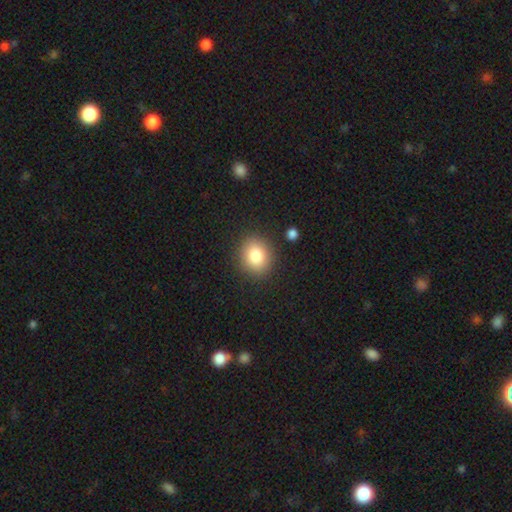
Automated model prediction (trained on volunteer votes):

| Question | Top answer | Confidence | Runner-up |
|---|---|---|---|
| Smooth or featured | smooth | 83% | star or artifact (10%) |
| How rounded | round | 69% | in between (30%) |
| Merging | none | 87% | minor disturbance (8%) |